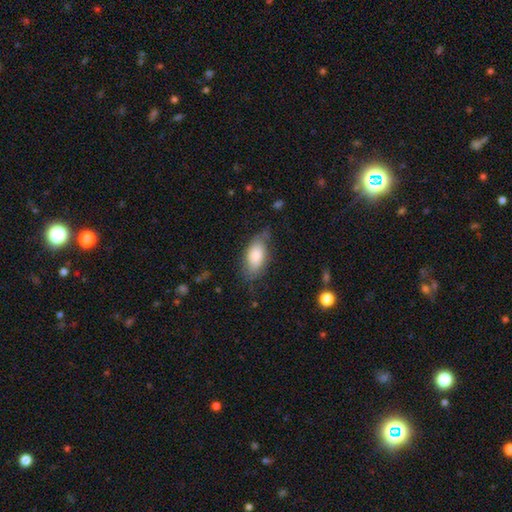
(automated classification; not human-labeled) Smooth or featured? smooth (78%)
How rounded? in between (91%)
Merging? none (63%)